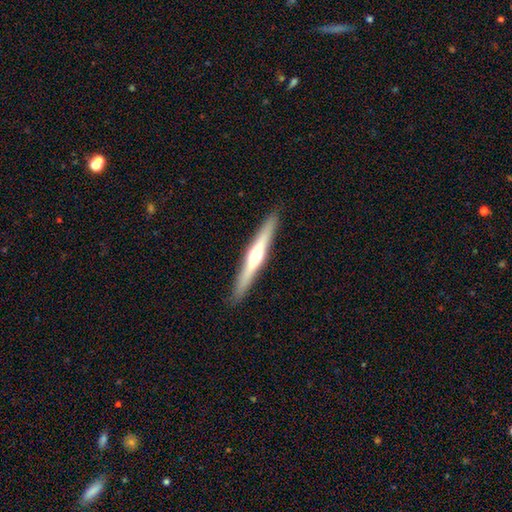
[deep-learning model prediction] Overall: featured or disk (65%; smooth 29%). Edge-on disk: yes (97%). Edge-on bulge: rounded (87%). Merging: none (91%).